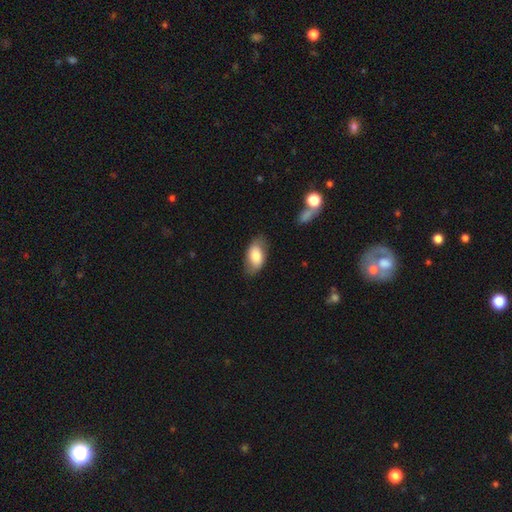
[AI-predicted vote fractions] Overall: smooth (74%). How rounded: in between (93%). Merging: none (75%).